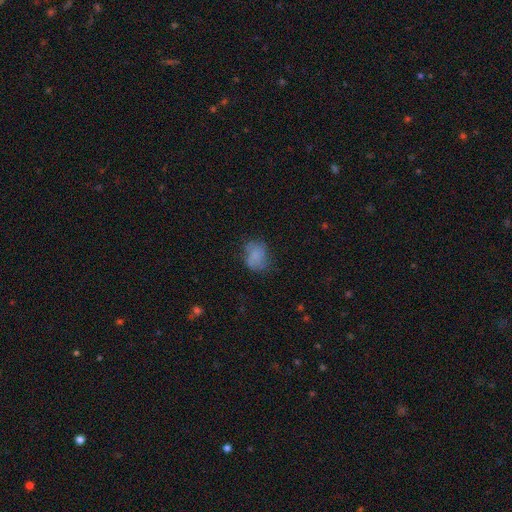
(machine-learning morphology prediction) Smooth or featured: smooth — 70% (featured or disk — 19%)
How rounded: in between — 52% (round — 47%)
Merging: none — 54% (minor disturbance — 29%)